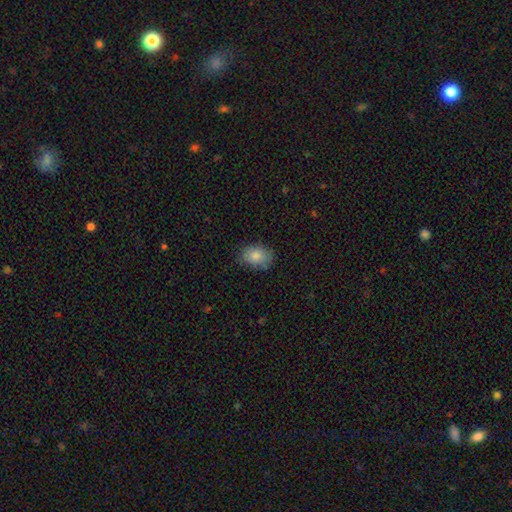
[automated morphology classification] smooth-or-featured: smooth: 83% | star or artifact: 9% | featured or disk: 8%
  how-rounded: in between: 72% | round: 27% | cigar-shaped: 1%
  merging: none: 78% | minor disturbance: 17% | major disturbance: 3% | merger: 1%